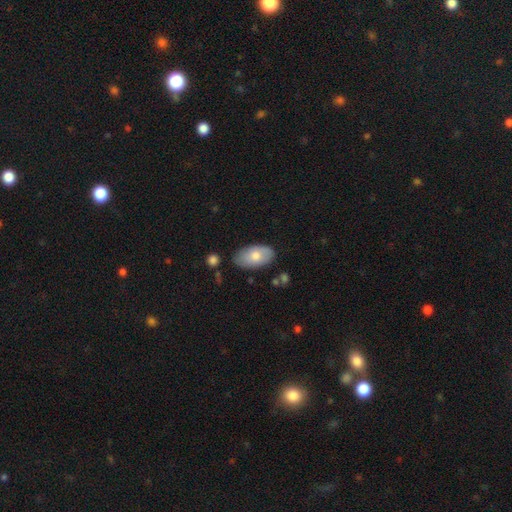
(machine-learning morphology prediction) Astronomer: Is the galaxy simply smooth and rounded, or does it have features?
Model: smooth — 72%.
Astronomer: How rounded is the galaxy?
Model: in between — 95%.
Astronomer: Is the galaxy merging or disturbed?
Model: none — 78%.